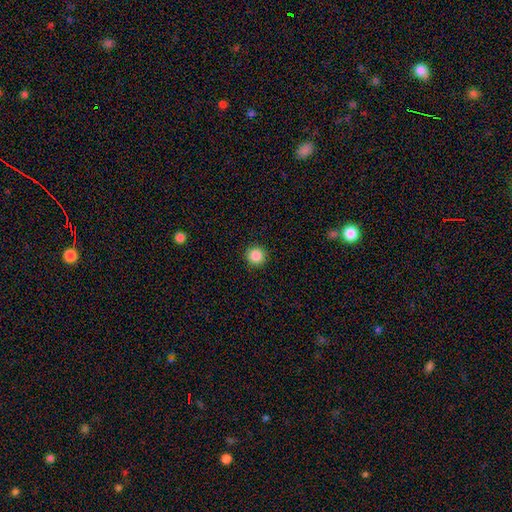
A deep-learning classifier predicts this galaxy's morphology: Smooth or featured?
  - smooth: 87% *
  - star or artifact: 10%
  - featured or disk: 3%
How rounded?
  - round: 96% *
  - in between: 3%
  - cigar-shaped: 1%
Merging?
  - none: 93% *
  - minor disturbance: 5%
  - major disturbance: 2%
  - merger: 1%